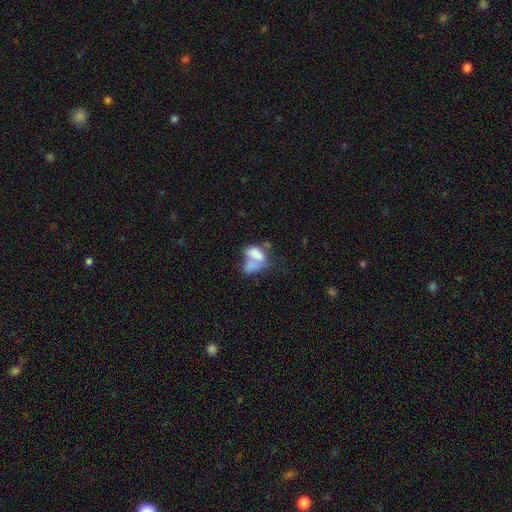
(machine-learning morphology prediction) Q: Smooth or featured?
A: smooth (64%); runner-up: featured or disk (27%)
Q: How rounded?
A: in between (85%); runner-up: round (12%)
Q: Merging?
A: merger (61%); runner-up: major disturbance (15%)